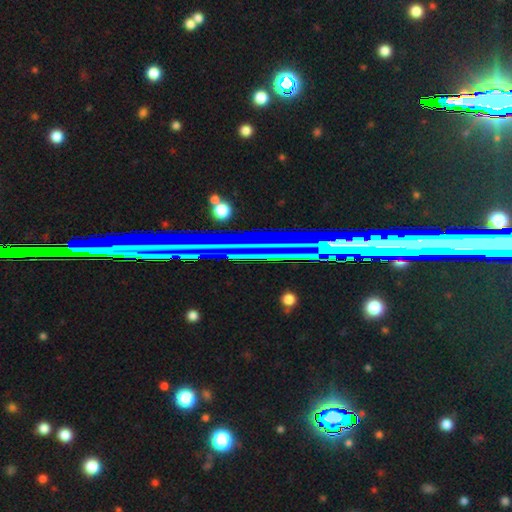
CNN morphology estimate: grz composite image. It shows a star or artifact, not a galaxy (69%).